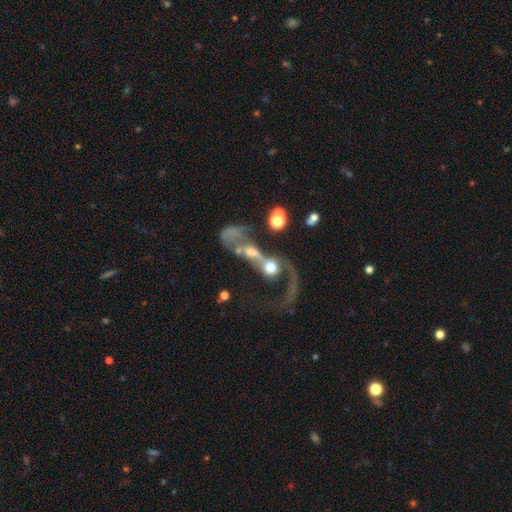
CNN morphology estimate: featured or disk 70%, smooth 17%, star or artifact 12%. Down the decision tree: edge-on disk — no (94%); bar — no (71%); spiral arms — yes (64%); bulge size — moderate (47%); merging — merger (65%).